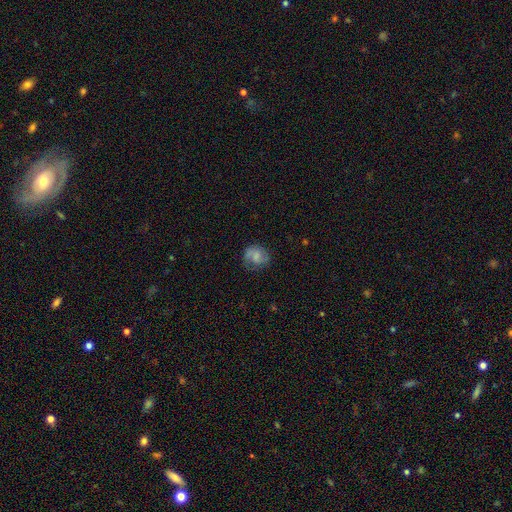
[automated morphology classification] Smooth or featured? Predicted: smooth (p=0.49). Merging? Predicted: none (p=0.61).